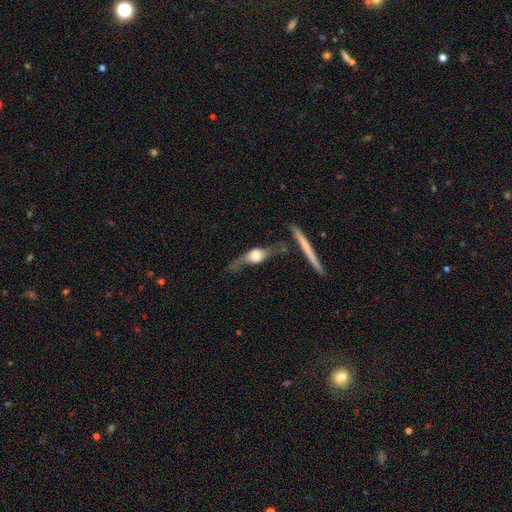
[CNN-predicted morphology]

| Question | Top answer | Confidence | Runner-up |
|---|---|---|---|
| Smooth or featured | featured or disk | 63% | smooth (30%) |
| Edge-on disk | yes | 75% | no (25%) |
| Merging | none | 46% | minor disturbance (22%) |